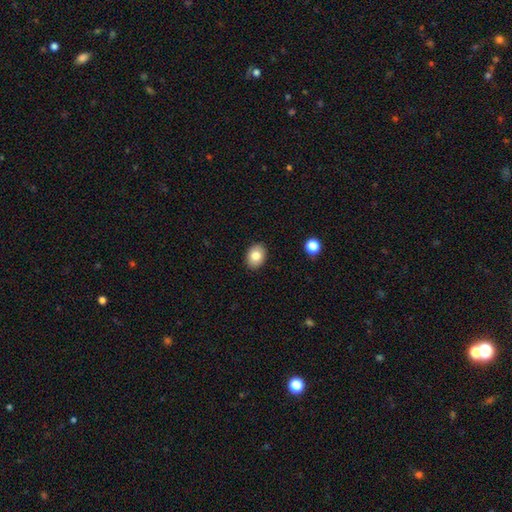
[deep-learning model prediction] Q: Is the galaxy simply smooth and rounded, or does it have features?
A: smooth — 82%.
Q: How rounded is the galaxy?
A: in between — 68%.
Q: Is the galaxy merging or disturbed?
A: none — 90%.